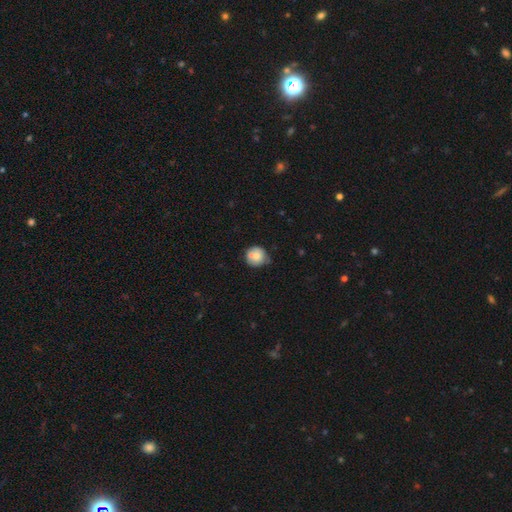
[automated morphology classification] This appears to be a smooth galaxy with no disk features (72%) that is round (88%). Merging: none (56%).